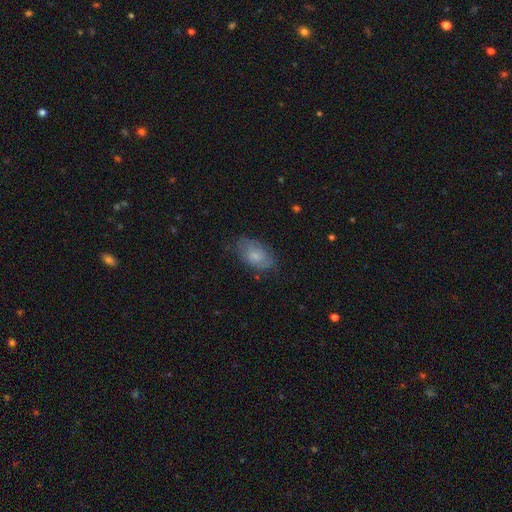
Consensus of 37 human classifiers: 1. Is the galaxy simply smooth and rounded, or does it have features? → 76% smooth, 22% featured or disk, 3% star or artifact.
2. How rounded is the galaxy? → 93% in between, 4% round, 4% cigar-shaped.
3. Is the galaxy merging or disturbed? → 78% none, 17% minor disturbance, 3% major disturbance, 3% merger.